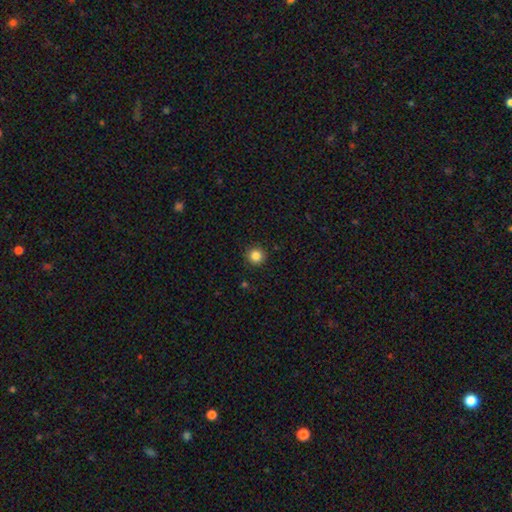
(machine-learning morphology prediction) type=smooth (84%); roundness=round (95%); merging=none (92%).